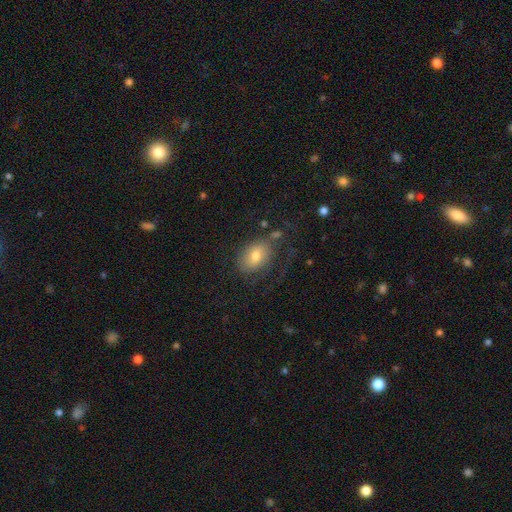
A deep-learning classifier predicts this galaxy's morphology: smooth-or-featured: smooth: 63% | featured or disk: 27% | star or artifact: 10%
  how-rounded: in between: 82% | round: 17% | cigar-shaped: 2%
  merging: none: 53% | major disturbance: 22% | minor disturbance: 20% | merger: 4%